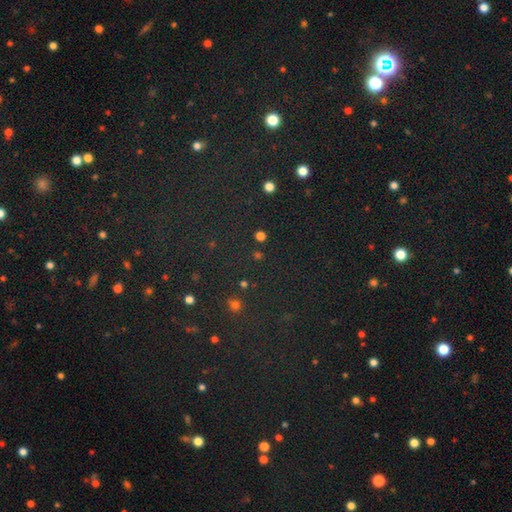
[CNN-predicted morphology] Smooth or featured?
  - star or artifact: 72% *
  - smooth: 20%
  - featured or disk: 7%